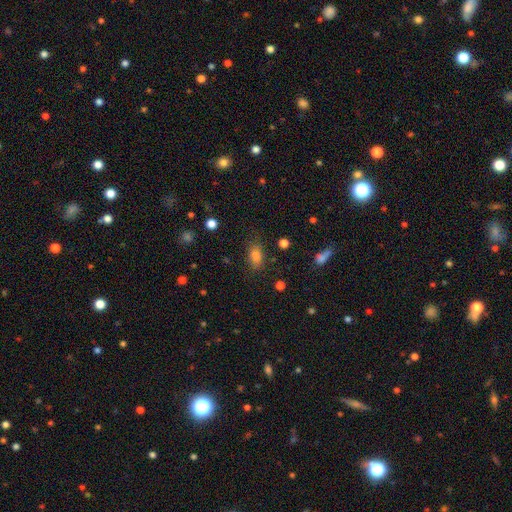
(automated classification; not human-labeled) Smooth or featured: smooth — 81% (star or artifact — 12%)
How rounded: in between — 85% (round — 10%)
Merging: none — 79% (minor disturbance — 14%)